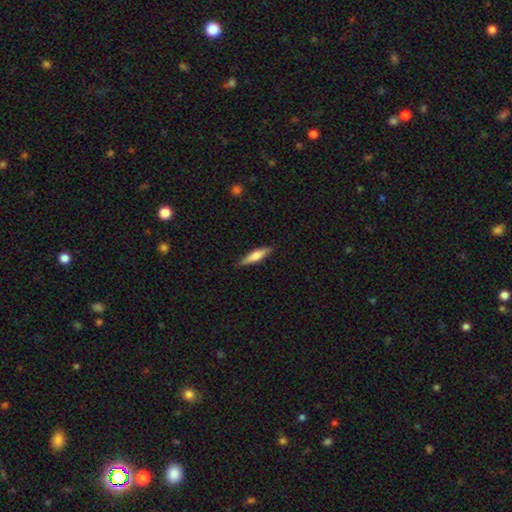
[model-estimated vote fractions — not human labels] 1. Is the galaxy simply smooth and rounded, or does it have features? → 53% smooth, 41% featured or disk, 6% star or artifact.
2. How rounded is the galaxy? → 79% cigar-shaped, 19% in between, 2% round.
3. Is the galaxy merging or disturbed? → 89% none, 8% minor disturbance, 2% major disturbance, 1% merger.